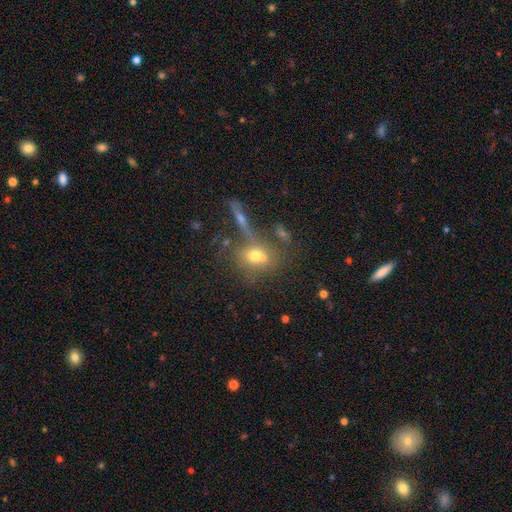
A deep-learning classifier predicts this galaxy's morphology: Smooth or featured?
  - smooth: 62% *
  - featured or disk: 21%
  - star or artifact: 18%
How rounded?
  - round: 63% *
  - in between: 33%
  - cigar-shaped: 4%
Merging?
  - none: 54% *
  - merger: 26%
  - minor disturbance: 12%
  - major disturbance: 7%